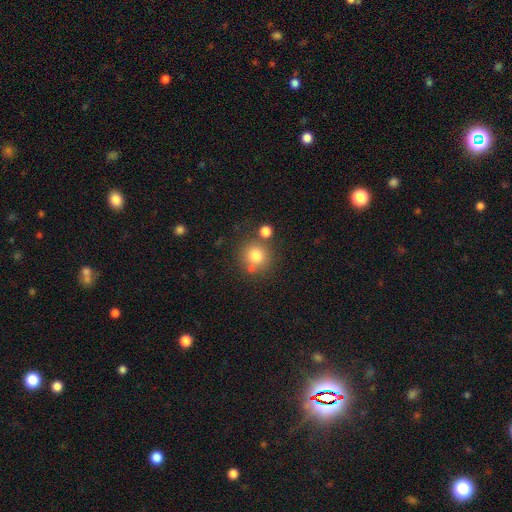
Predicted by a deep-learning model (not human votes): smooth_or_featured: smooth (p=0.78) [alt: star or artifact p=0.12]
how_rounded: round (p=0.92) [alt: in between p=0.07]
merging: none (p=0.71) [alt: merger p=0.15]